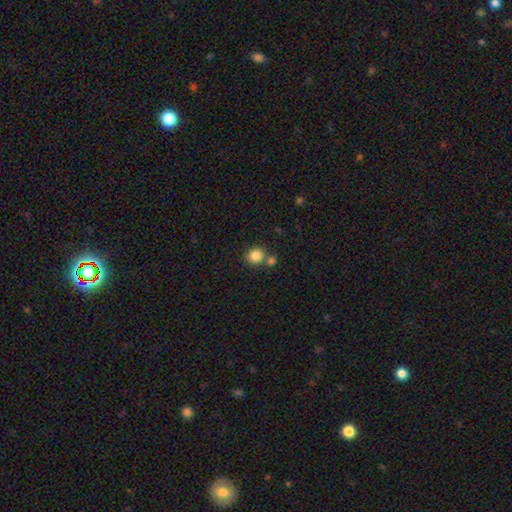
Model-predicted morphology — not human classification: smooth-or-featured: smooth: 85% | star or artifact: 10% | featured or disk: 5%
  how-rounded: round: 85% | in between: 14% | cigar-shaped: 1%
  merging: none: 65% | merger: 23% | minor disturbance: 9% | major disturbance: 3%